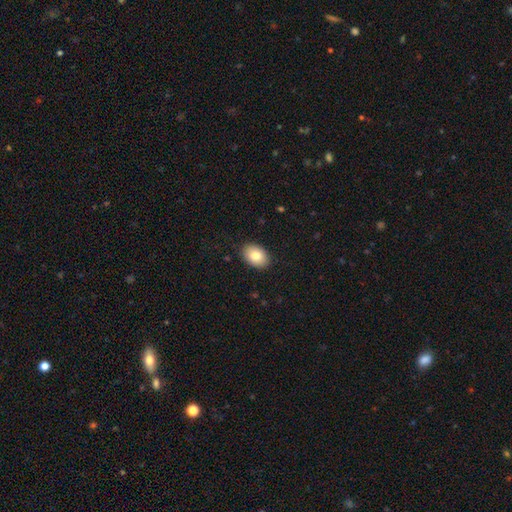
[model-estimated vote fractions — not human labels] Q: Smooth or featured?
A: smooth (81%); runner-up: featured or disk (11%)
Q: How rounded?
A: in between (83%); runner-up: round (16%)
Q: Merging?
A: none (89%); runner-up: minor disturbance (8%)